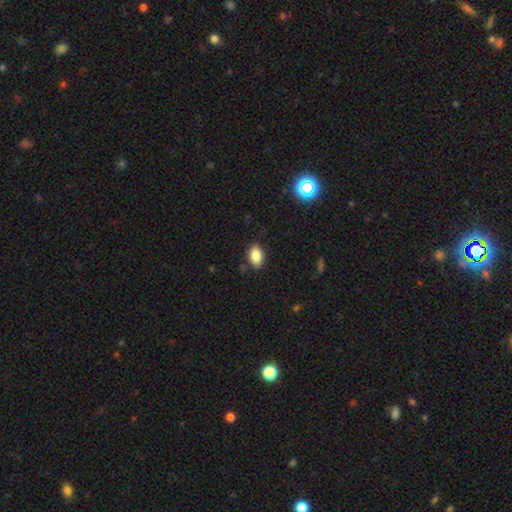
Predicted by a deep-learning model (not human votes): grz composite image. It shows a smooth galaxy with no disk features (86%) that is in between round and cigar-shaped (90%). Merging: none (85%).